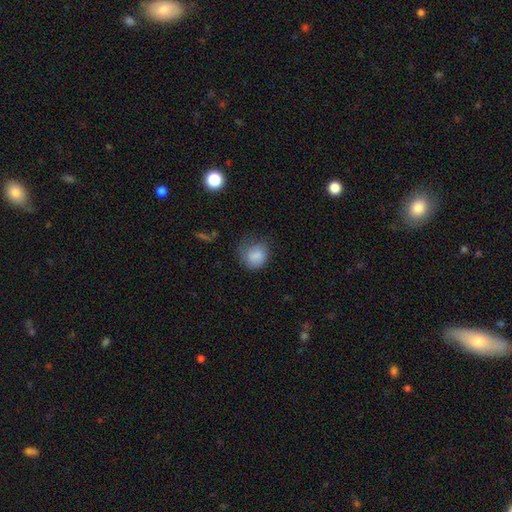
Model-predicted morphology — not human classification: Smooth or featured: smooth — 83% (star or artifact — 9%)
How rounded: round — 75% (in between — 25%)
Merging: none — 52% (minor disturbance — 30%)